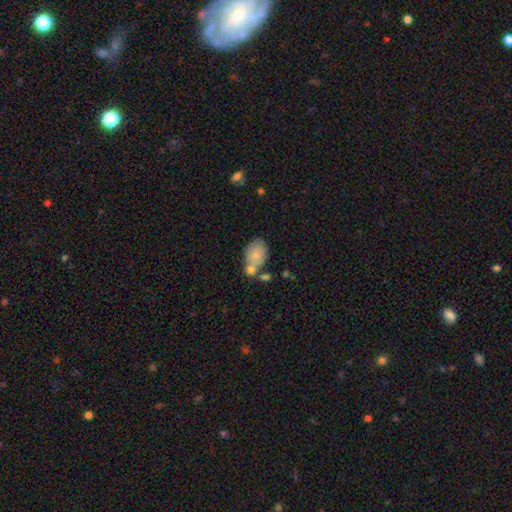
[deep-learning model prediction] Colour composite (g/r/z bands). It shows a smooth galaxy with no disk features (75%) that is in between round and cigar-shaped (86%). Merging: none (43%).